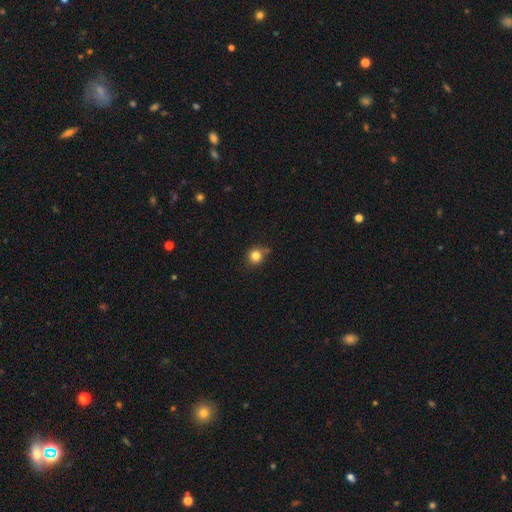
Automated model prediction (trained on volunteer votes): Smooth or featured? Predicted: smooth (p=0.82). How rounded? Predicted: round (p=0.87). Merging? Predicted: none (p=0.72).